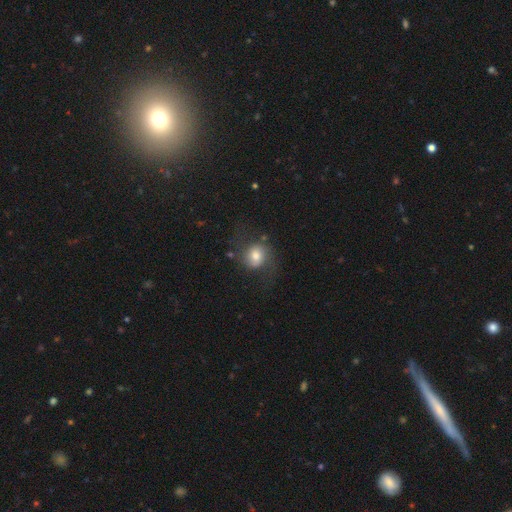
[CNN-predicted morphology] The model was most divided on "smooth or featured": smooth: 58%, featured or disk: 33%, star or artifact: 10%. More confident: how rounded — round (73%); merging — none (56%).